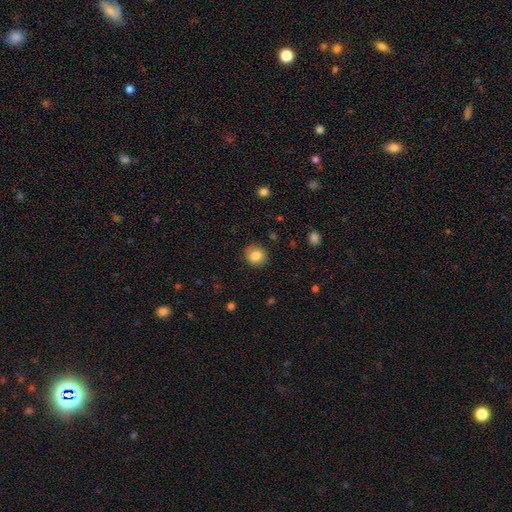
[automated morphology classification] A smooth galaxy with no disk features (83%) that is round (81%).

Vote fractions:
- Smooth or featured? smooth: 83% / star or artifact: 9% / featured or disk: 7%
- How rounded? round: 81% / in between: 18% / cigar-shaped: 1%
- Merging? none: 86% / minor disturbance: 10% / major disturbance: 3% / merger: 1%